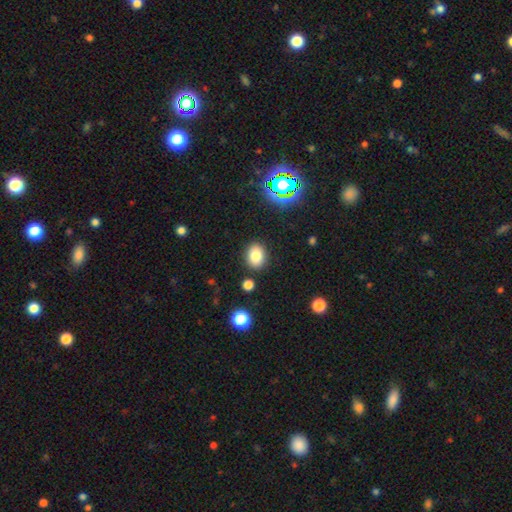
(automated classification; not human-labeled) This is likely a smooth galaxy (80%). How rounded: possibly in between (57%). Merging: clearly none (86%).